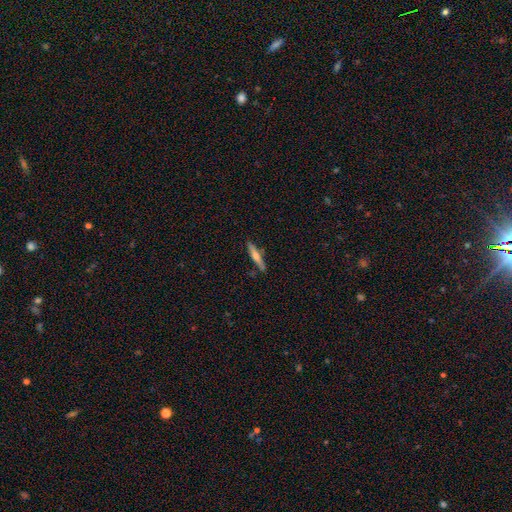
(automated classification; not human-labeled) A featured or disk galaxy (51%) viewed edge-on (96%). Merging: none (87%).